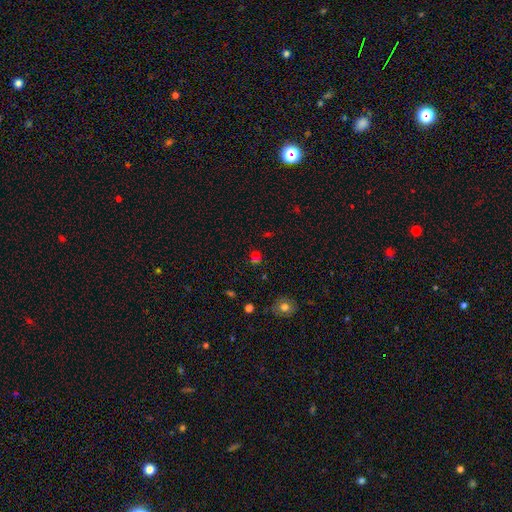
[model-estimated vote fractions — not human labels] Morphology: type=smooth (57%); roundness=round (76%); merging=none (74%).